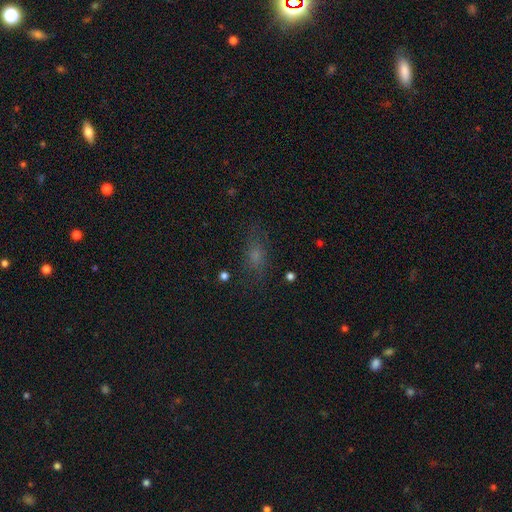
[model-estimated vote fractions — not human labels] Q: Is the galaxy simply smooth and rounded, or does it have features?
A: smooth — 57%.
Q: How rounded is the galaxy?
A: in between — 66%.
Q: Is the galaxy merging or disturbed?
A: none — 72%.